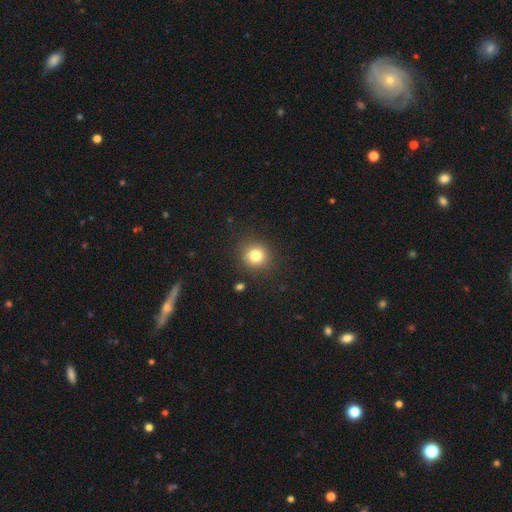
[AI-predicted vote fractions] This appears to be a smooth galaxy with no disk features (80%) that is round (91%). Merging: none (89%).